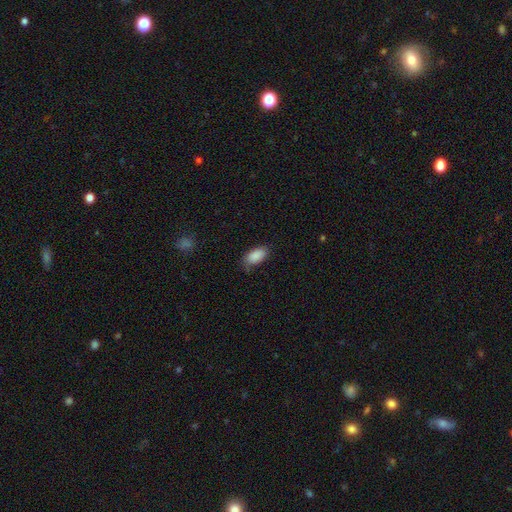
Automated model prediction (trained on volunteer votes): Smooth or featured? smooth (88%)
How rounded? in between (94%)
Merging? none (68%)